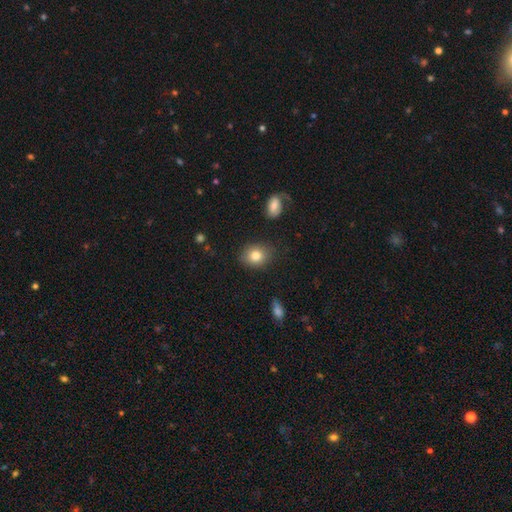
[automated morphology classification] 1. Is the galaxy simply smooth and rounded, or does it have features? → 82% smooth, 9% featured or disk, 9% star or artifact.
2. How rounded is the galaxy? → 51% round, 48% in between, 1% cigar-shaped.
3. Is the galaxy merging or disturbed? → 83% none, 12% minor disturbance, 3% major disturbance, 2% merger.